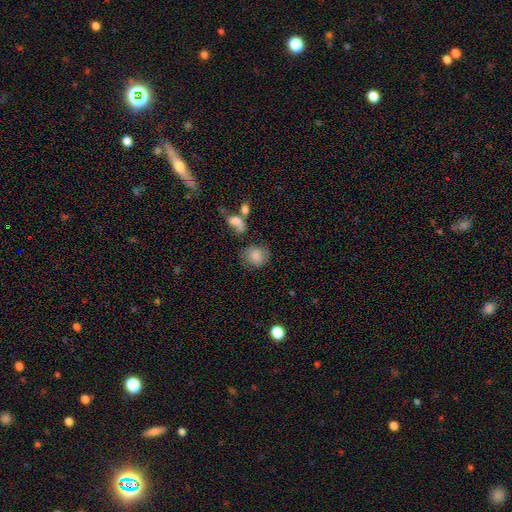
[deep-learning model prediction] Overall: smooth (76%). How rounded: round (78%). Merging: none (62%).